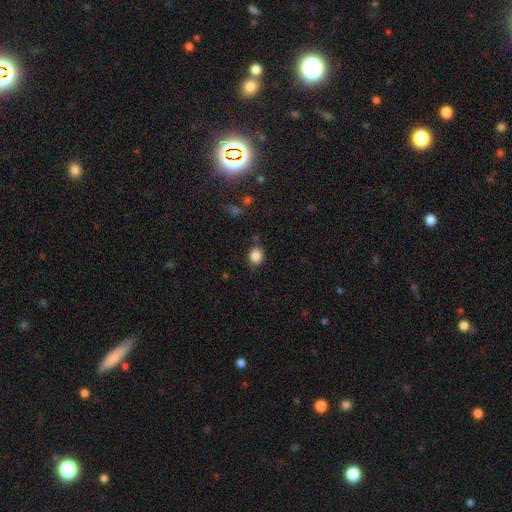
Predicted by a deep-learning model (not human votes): This appears to be a smooth galaxy with no disk features (86%) that is round (66%). Merging: none (78%).